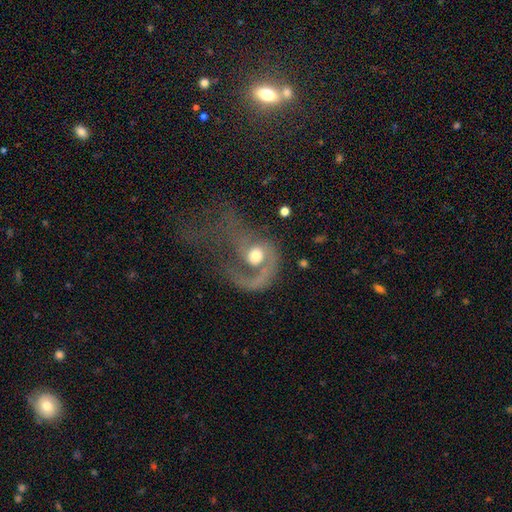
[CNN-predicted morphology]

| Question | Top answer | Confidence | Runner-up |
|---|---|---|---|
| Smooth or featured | featured or disk | 71% | smooth (22%) |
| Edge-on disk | no | 97% | yes (3%) |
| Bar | no | 77% | weak (18%) |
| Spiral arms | yes | 84% | no (16%) |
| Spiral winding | loose | 48% | medium (34%) |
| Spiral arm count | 1 | 84% | 2 (8%) |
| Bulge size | moderate | 64% | large (24%) |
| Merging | major disturbance | 51% | none (28%) |